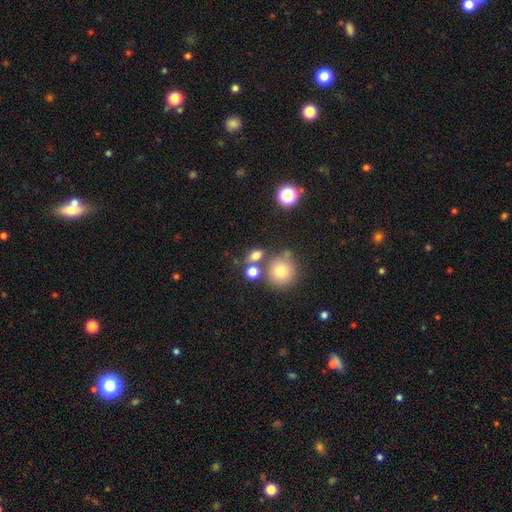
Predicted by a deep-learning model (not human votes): Overall: smooth (74%). How rounded: in between (49%; round 48%). Merging: none (59%; merger 24%).